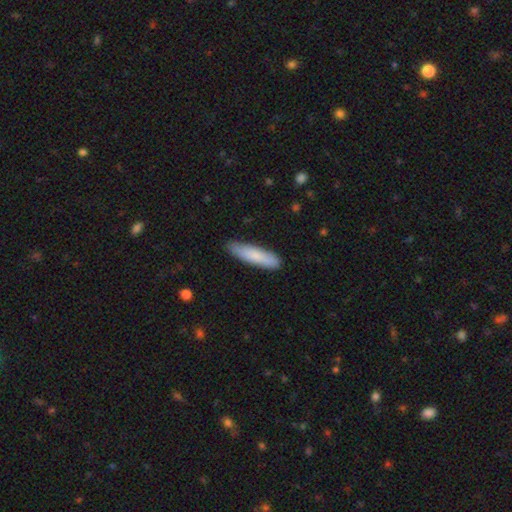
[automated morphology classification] Q: Smooth or featured?
A: smooth (81%); runner-up: featured or disk (14%)
Q: How rounded?
A: cigar-shaped (79%); runner-up: in between (20%)
Q: Merging?
A: none (85%); runner-up: minor disturbance (12%)